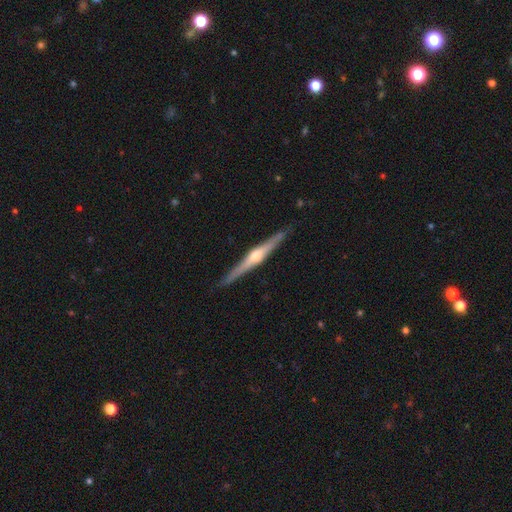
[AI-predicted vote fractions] Smooth or featured? featured or disk (79%)
Edge-on disk? yes (98%)
Edge-on bulge? rounded (90%)
Merging? none (90%)